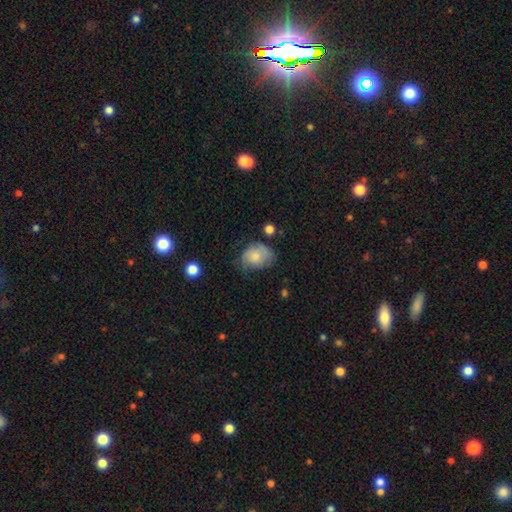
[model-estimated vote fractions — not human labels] The model was most divided on "merging": none: 42%, minor disturbance: 39%, major disturbance: 16%, merger: 3%. More confident: smooth or featured — smooth (72%); how rounded — in between (59%).